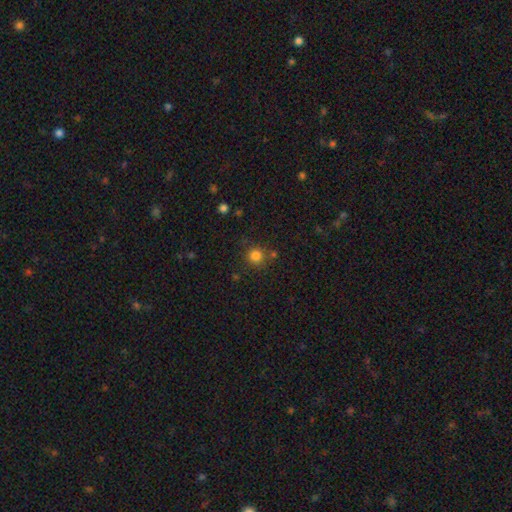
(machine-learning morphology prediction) A smooth galaxy with no disk features (81%) that is round (93%).

Vote fractions:
- Smooth or featured? smooth: 81% / star or artifact: 14% / featured or disk: 5%
- How rounded? round: 93% / in between: 6% / cigar-shaped: 1%
- Merging? none: 79% / minor disturbance: 10% / merger: 8% / major disturbance: 3%